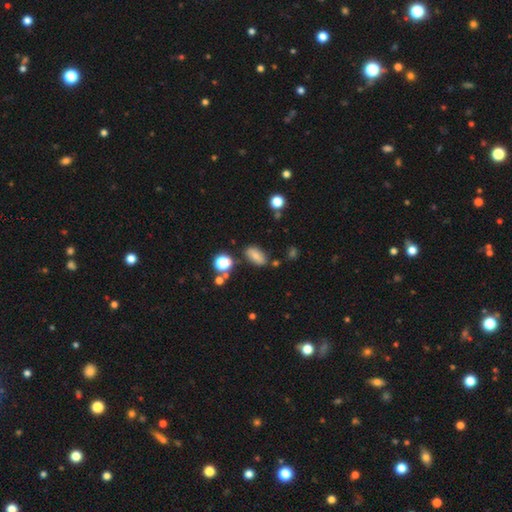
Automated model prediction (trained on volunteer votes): smooth 69%, featured or disk 19%, star or artifact 13%. Down the decision tree: how rounded — in between (85%); merging — none (76%).